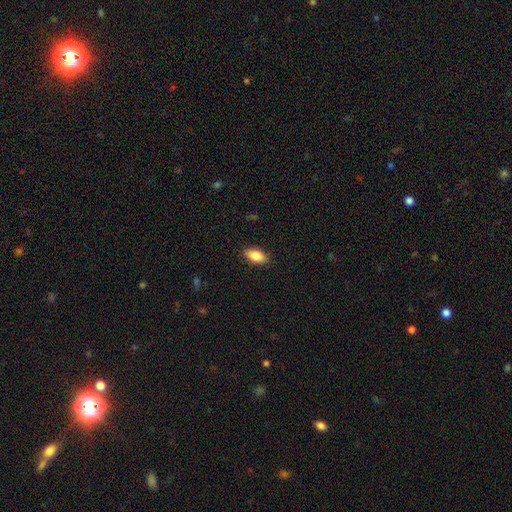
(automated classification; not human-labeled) This appears to be a smooth galaxy with no disk features (86%) that is in between round and cigar-shaped (91%). Merging: none (88%).